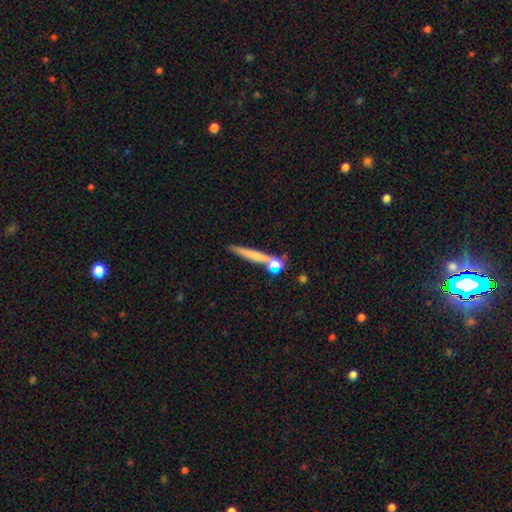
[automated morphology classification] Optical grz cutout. It shows a smooth galaxy with no disk features (60%) that is cigar-shaped (85%). Merging: none (72%).